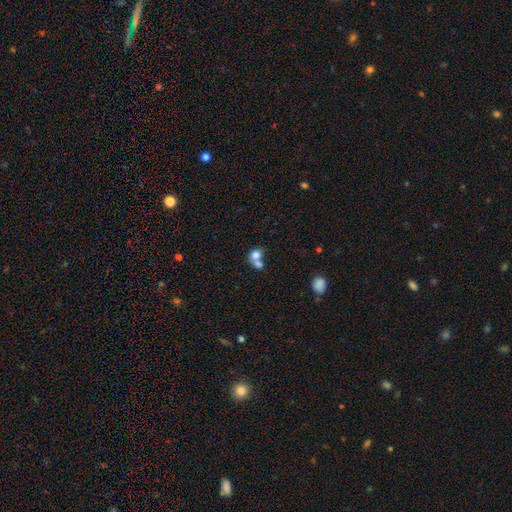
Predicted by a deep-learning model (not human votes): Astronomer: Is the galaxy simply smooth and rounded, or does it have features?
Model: smooth — 73%.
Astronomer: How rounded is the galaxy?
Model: in between — 50% (runner-up: round, 49%).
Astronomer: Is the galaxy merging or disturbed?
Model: merger — 65%.